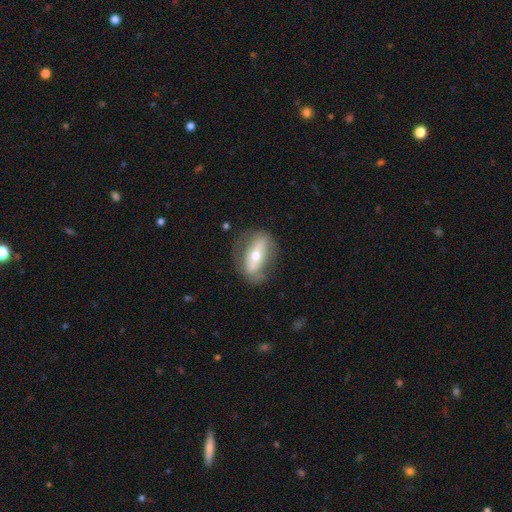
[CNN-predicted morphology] type=featured or disk (58%); edge-on=no (76%); merging=none (70%).